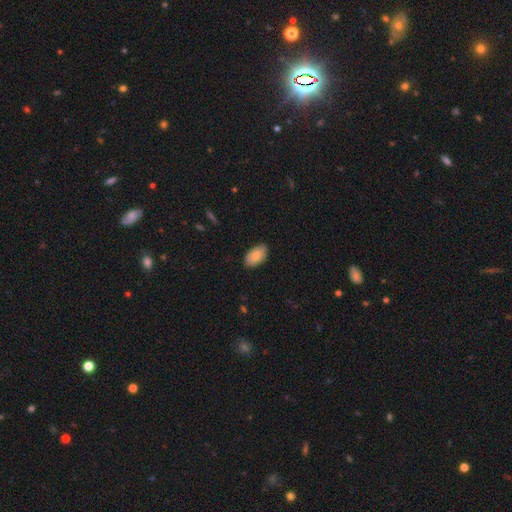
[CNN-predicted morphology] A smooth galaxy with no disk features (84%) that is in between round and cigar-shaped (95%). Merging: none (84%).